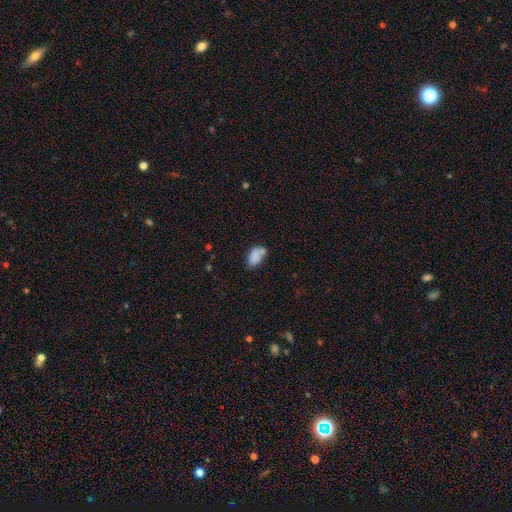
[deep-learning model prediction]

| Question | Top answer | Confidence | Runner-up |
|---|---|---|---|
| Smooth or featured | smooth | 81% | featured or disk (10%) |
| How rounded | in between | 90% | round (8%) |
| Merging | none | 49% | minor disturbance (25%) |